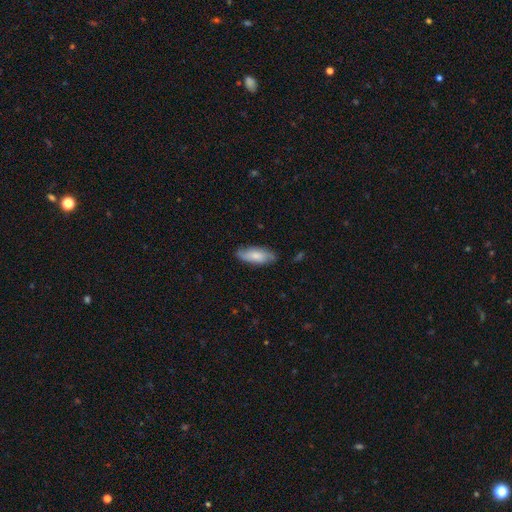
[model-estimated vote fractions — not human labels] Overall: smooth (63%; featured or disk 31%). How rounded: in between (73%). Merging: none (80%).